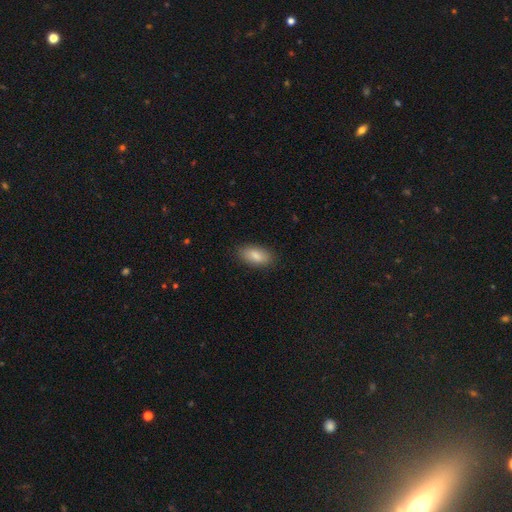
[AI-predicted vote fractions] Smooth or featured? smooth (85%)
How rounded? in between (90%)
Merging? none (86%)